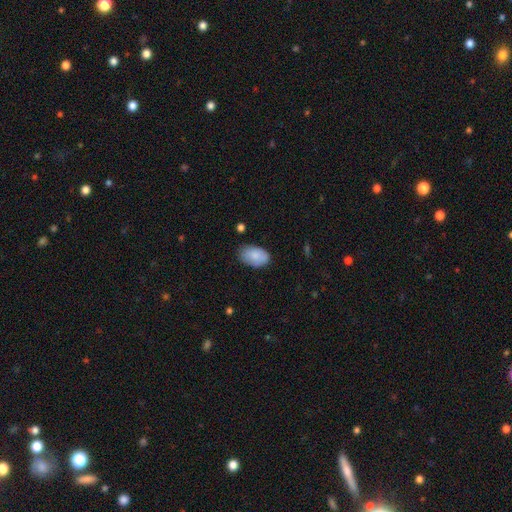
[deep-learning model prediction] Smooth or featured? smooth (85%)
How rounded? in between (93%)
Merging? none (75%)